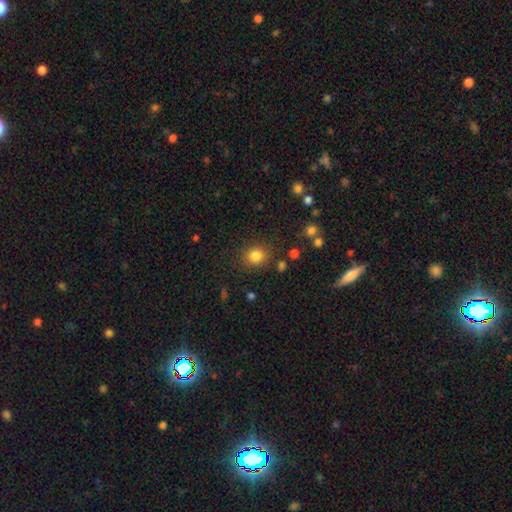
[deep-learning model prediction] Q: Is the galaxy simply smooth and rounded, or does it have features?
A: smooth — 83%.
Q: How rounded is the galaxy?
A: round — 76%.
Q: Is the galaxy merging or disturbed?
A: none — 85%.